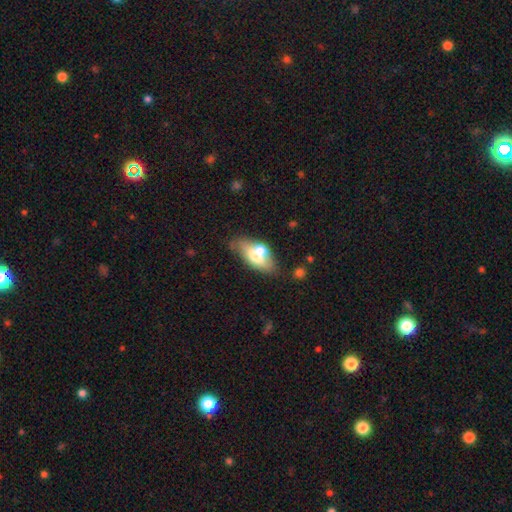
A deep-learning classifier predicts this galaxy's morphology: This appears to be a smooth galaxy with no disk features (58%) that is in between round and cigar-shaped (84%). Merging: none (45%).